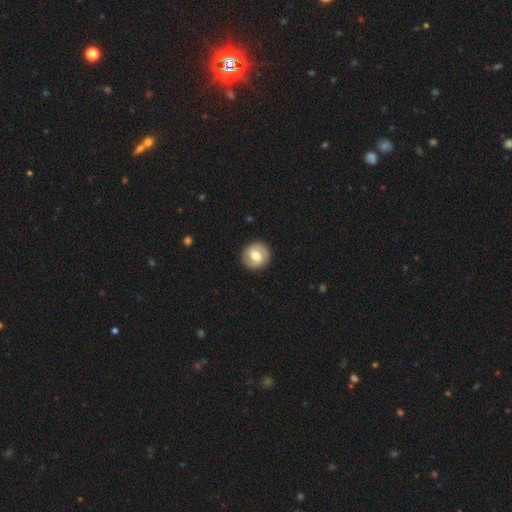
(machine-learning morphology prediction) Q: Smooth or featured?
A: featured or disk (53%); runner-up: smooth (41%)
Q: Edge-on disk?
A: no (97%); runner-up: yes (3%)
Q: Bar?
A: weak (49%); runner-up: no (30%)
Q: Spiral arms?
A: yes (72%); runner-up: no (28%)
Q: Bulge size?
A: moderate (73%); runner-up: large (12%)
Q: Merging?
A: none (88%); runner-up: minor disturbance (8%)